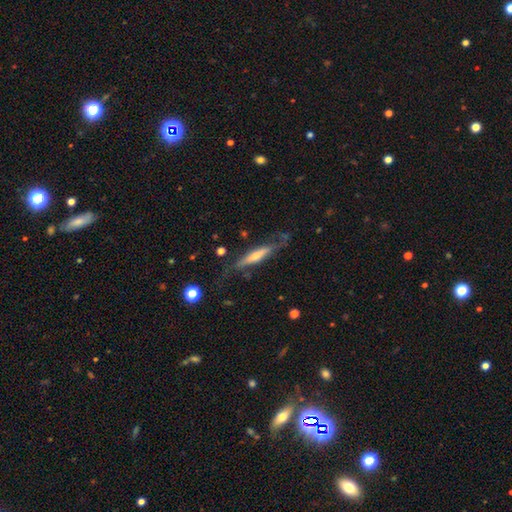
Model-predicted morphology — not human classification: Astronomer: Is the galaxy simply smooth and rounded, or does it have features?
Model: featured or disk — 60%.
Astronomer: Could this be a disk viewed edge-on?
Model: yes — 81%.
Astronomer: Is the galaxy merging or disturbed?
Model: none — 62%.